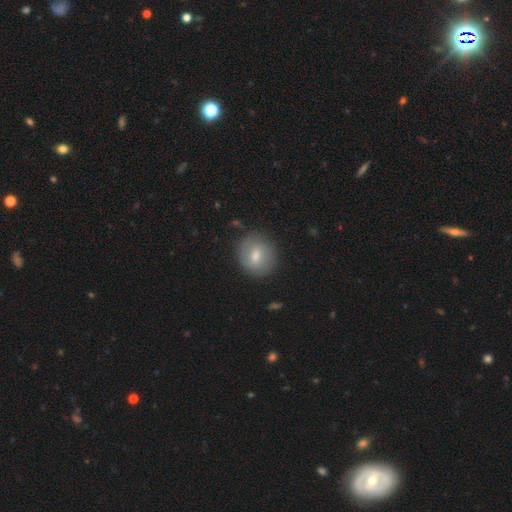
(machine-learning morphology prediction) Overall: smooth (64%; featured or disk 28%). How rounded: round (78%). Merging: none (80%).